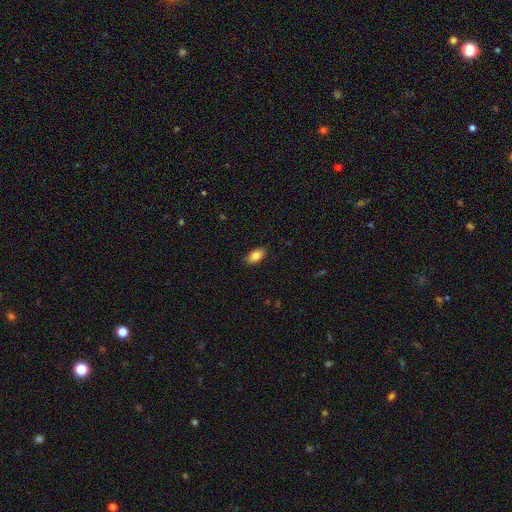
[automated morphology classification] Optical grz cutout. It shows a smooth galaxy with no disk features (84%) that is in between round and cigar-shaped (91%). Merging: none (86%).